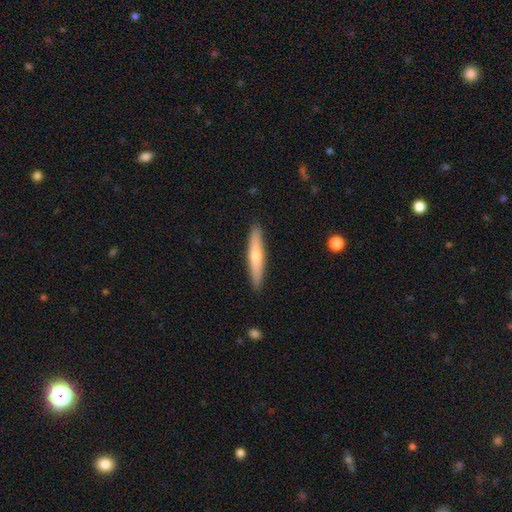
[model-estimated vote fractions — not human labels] Overall: smooth (56%; featured or disk 38%). How rounded: cigar-shaped (91%). Merging: none (90%).